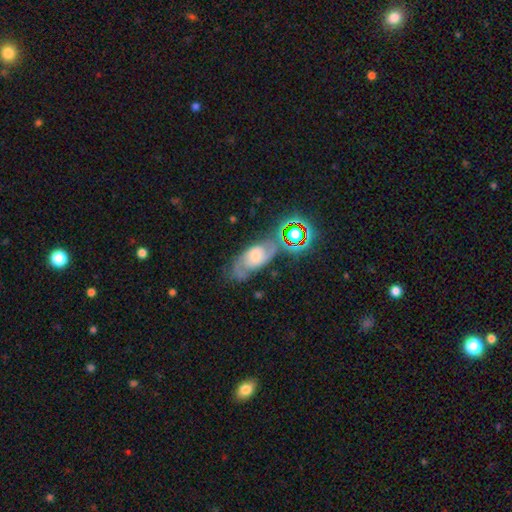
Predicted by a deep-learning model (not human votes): featured or disk 64%, star or artifact 19%, smooth 17%. Down the decision tree: edge-on disk — no (91%); bar — no (57%); spiral arms — yes (92%); spiral arm count — 2 (79%); spiral winding — medium (48%); bulge size — moderate (41%); merging — none (63%).